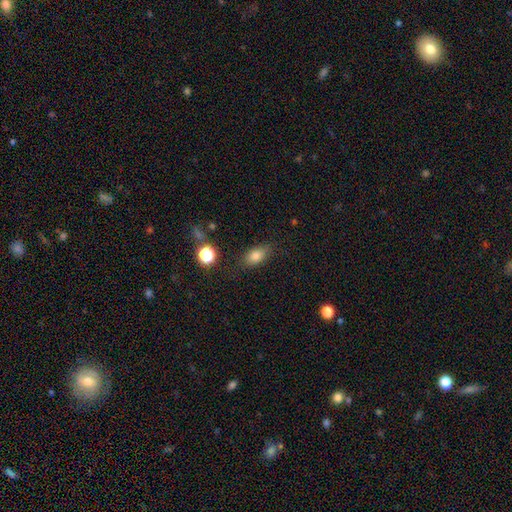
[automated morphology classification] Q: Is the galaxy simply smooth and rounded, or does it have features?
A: smooth — 80%.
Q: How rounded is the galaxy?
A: in between — 81%.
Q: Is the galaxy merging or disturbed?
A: none — 78%.